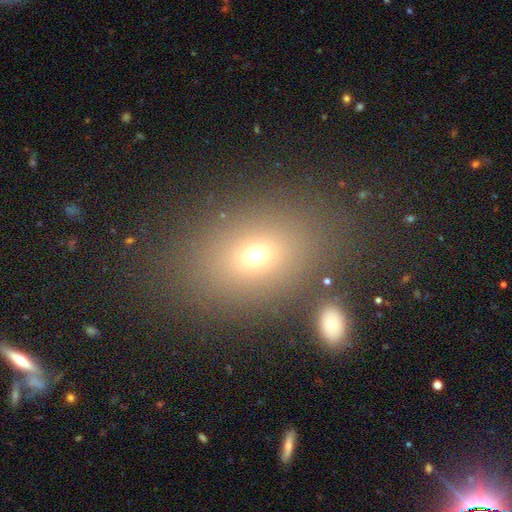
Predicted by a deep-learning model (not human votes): This appears to be a smooth galaxy with no disk features (67%) that is in between round and cigar-shaped (70%). Merging: none (76%).